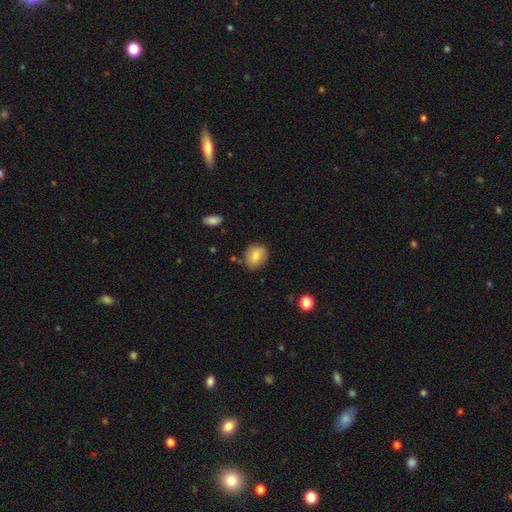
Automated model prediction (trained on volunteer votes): Morphology: type=smooth (79%); roundness=round (65%); merging=none (83%).